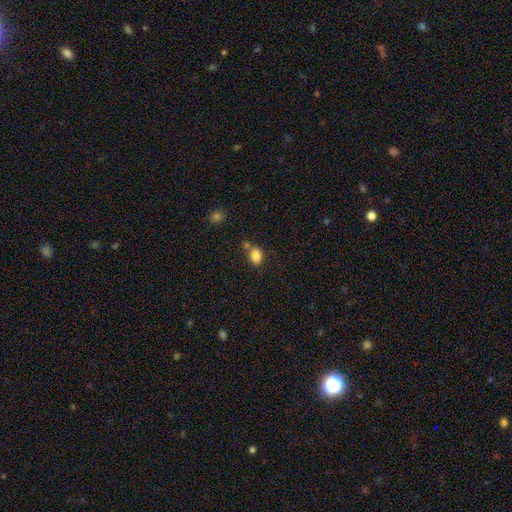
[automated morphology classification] The model was most divided on "merging": none: 58%, merger: 22%, minor disturbance: 16%, major disturbance: 5%. More confident: smooth or featured — smooth (84%); how rounded — in between (73%).